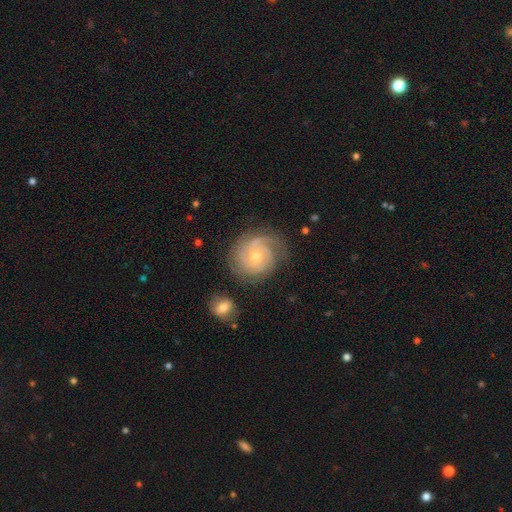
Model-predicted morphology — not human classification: type=featured or disk (87%); edge-on=no (98%); bar=no (72%); spiral arms=yes (98%); winding=tight (72%); arm count=3 (44%); bulge=small (51%); merging=none (75%).